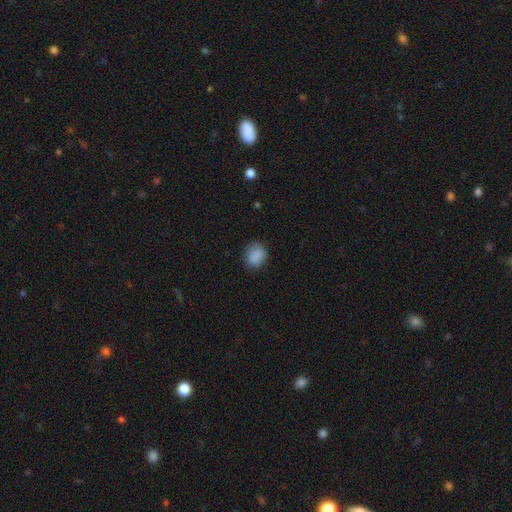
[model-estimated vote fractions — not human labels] The model was most divided on "how rounded": round: 57%, in between: 42%, cigar-shaped: 1%. More confident: smooth or featured — smooth (87%); merging — none (81%).